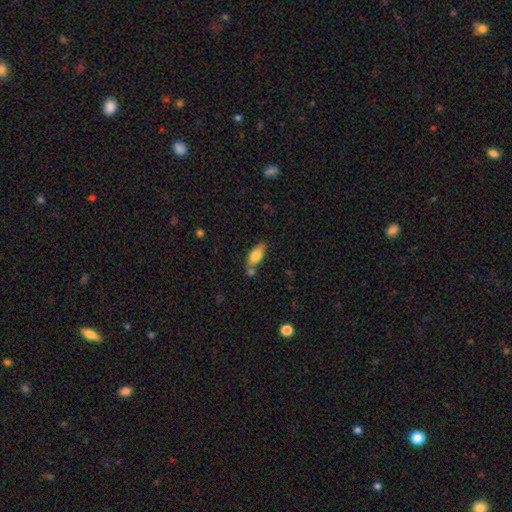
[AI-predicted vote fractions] Smooth or featured?
  - smooth: 79% *
  - featured or disk: 15%
  - star or artifact: 7%
How rounded?
  - in between: 83% *
  - cigar-shaped: 14%
  - round: 3%
Merging?
  - none: 56% *
  - merger: 22%
  - minor disturbance: 17%
  - major disturbance: 4%